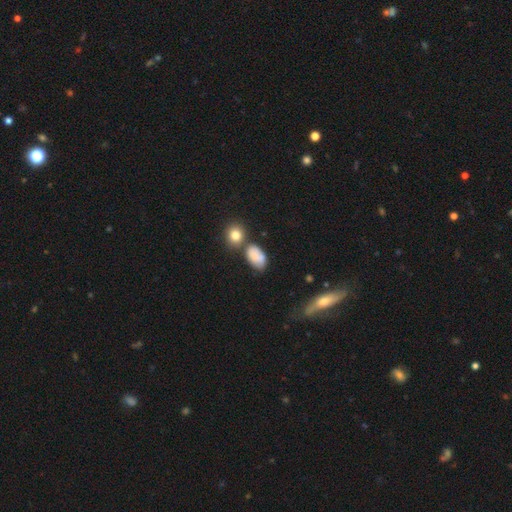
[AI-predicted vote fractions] smooth_or_featured: smooth (p=0.75) [alt: featured or disk p=0.14]
how_rounded: in between (p=0.87) [alt: round p=0.11]
merging: none (p=0.52) [alt: minor disturbance p=0.22]